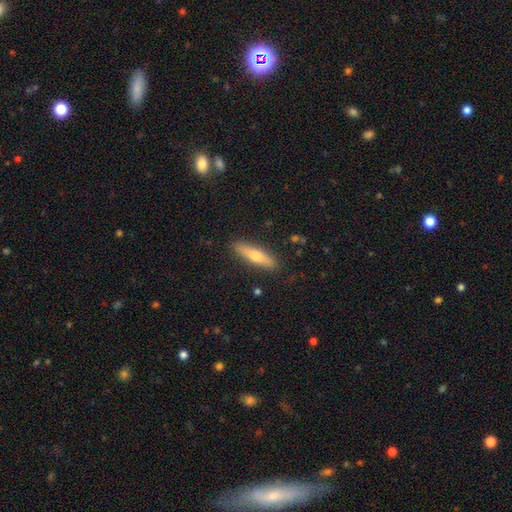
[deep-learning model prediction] Overall: smooth (56%; featured or disk 39%). How rounded: cigar-shaped (78%). Merging: none (89%).